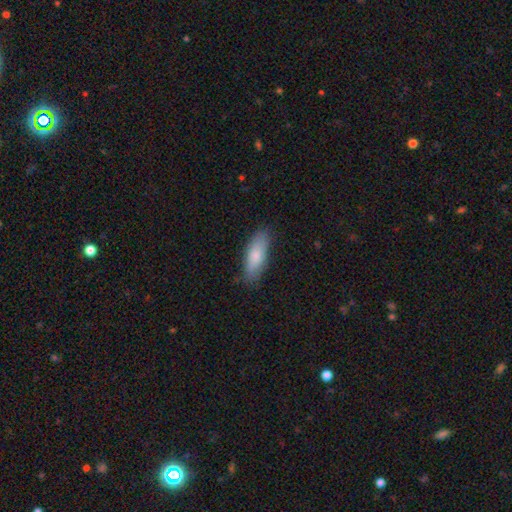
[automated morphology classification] smooth_or_featured: smooth (p=0.79) [alt: featured or disk p=0.15]
how_rounded: in between (p=0.63) [alt: cigar-shaped p=0.35]
merging: none (p=0.81) [alt: minor disturbance p=0.15]